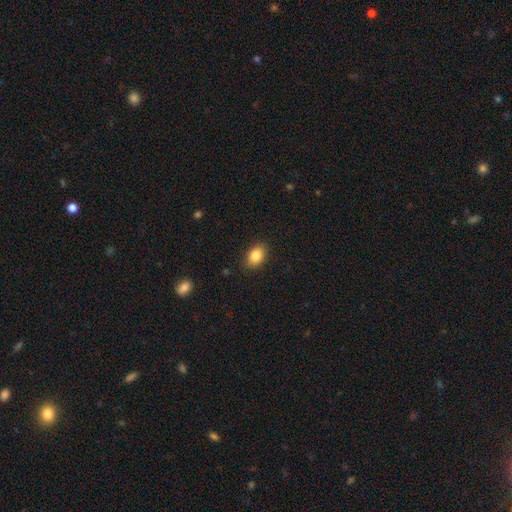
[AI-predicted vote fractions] Smooth or featured?
  - smooth: 86% *
  - star or artifact: 8%
  - featured or disk: 6%
How rounded?
  - in between: 80% *
  - round: 19%
  - cigar-shaped: 1%
Merging?
  - none: 86% *
  - minor disturbance: 10%
  - major disturbance: 2%
  - merger: 1%